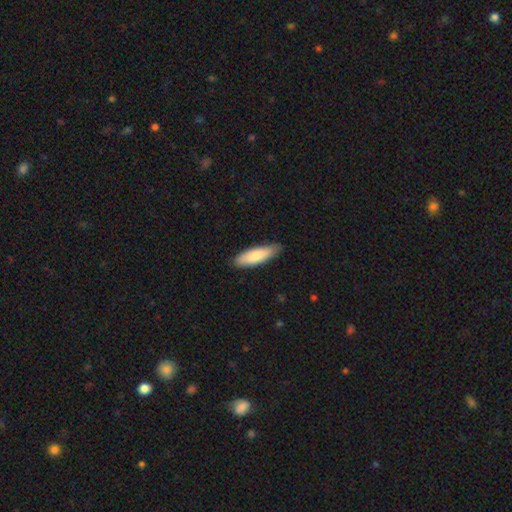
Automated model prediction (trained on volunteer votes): A smooth galaxy with no disk features (80%) that is cigar-shaped (52%). Merging: none (82%).